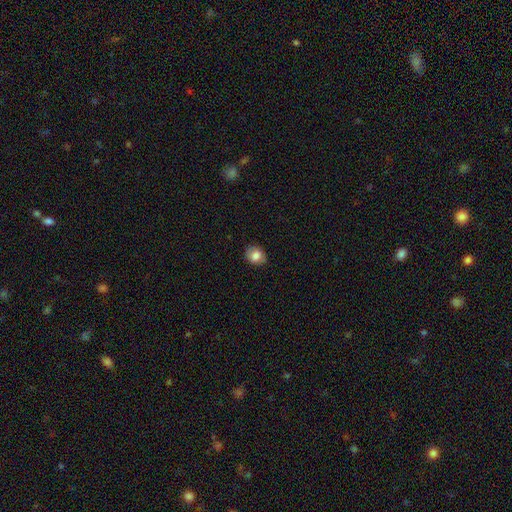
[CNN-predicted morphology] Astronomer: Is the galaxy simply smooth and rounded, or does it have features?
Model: smooth — 82%.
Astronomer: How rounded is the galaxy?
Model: round — 57% (runner-up: in between, 42%).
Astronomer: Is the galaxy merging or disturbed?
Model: none — 80%.